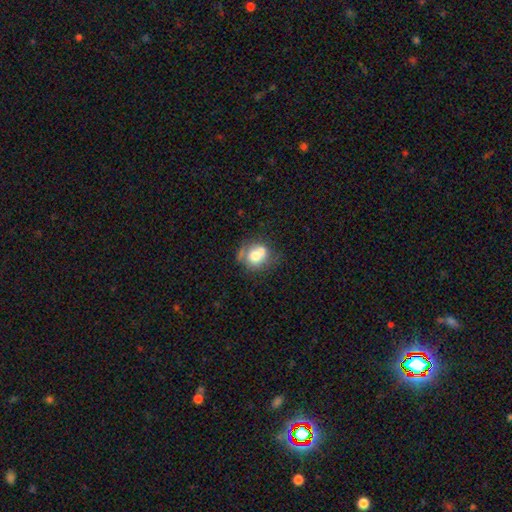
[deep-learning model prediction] This is likely a smooth galaxy (64%). How rounded: likely round (72%). Merging: marginally merger (43%).